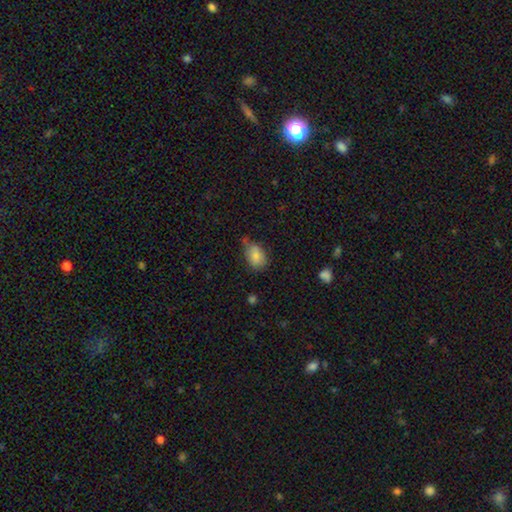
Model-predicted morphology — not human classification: smooth-or-featured: smooth: 82% | featured or disk: 10% | star or artifact: 8%
  how-rounded: in between: 83% | round: 16% | cigar-shaped: 1%
  merging: none: 55% | minor disturbance: 33% | major disturbance: 8% | merger: 5%